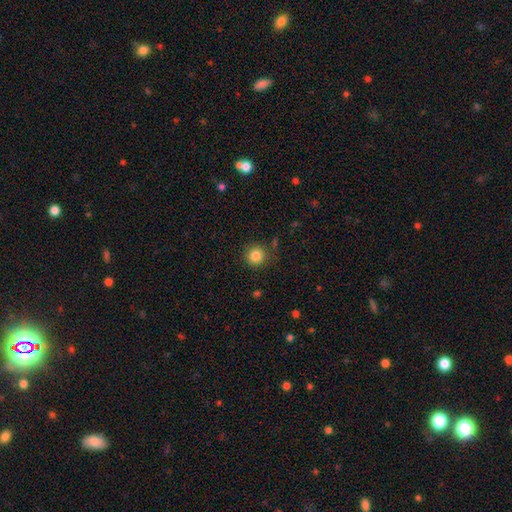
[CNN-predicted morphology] Smooth or featured: smooth — 85% (star or artifact — 11%)
How rounded: round — 93% (in between — 6%)
Merging: none — 86% (minor disturbance — 9%)